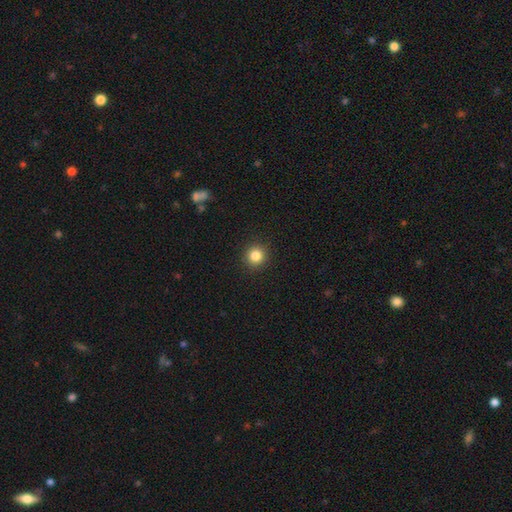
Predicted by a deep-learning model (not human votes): smooth 84%, star or artifact 12%, featured or disk 5%. Down the decision tree: how rounded — round (94%); merging — none (92%).